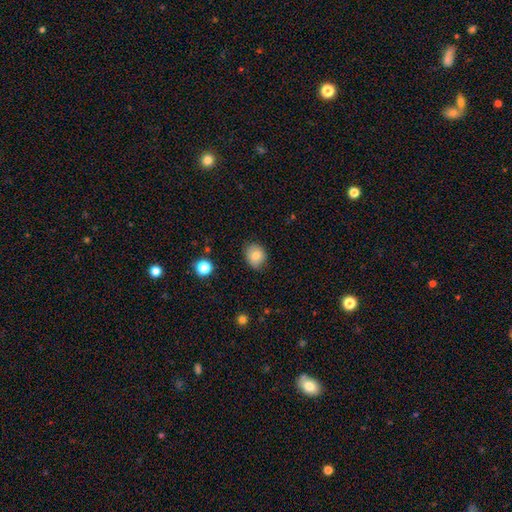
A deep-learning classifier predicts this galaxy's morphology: A smooth galaxy with no disk features (81%) that is round (62%).

Vote fractions:
- Smooth or featured? smooth: 81% / star or artifact: 10% / featured or disk: 9%
- How rounded? round: 62% / in between: 37% / cigar-shaped: 1%
- Merging? none: 81% / minor disturbance: 15% / major disturbance: 3% / merger: 1%